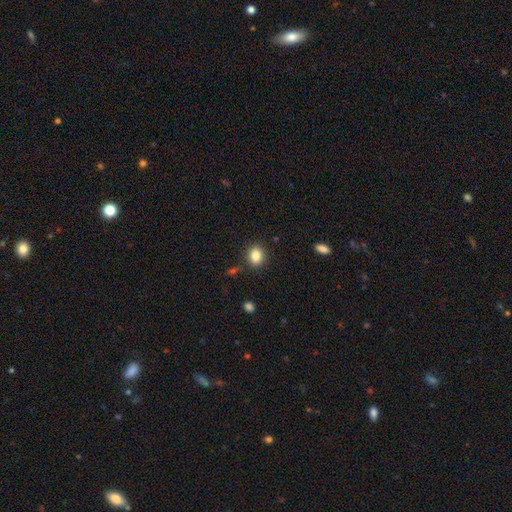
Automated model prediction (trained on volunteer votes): smooth 86%, star or artifact 9%, featured or disk 5%. Down the decision tree: how rounded — round (50%); merging — none (86%).